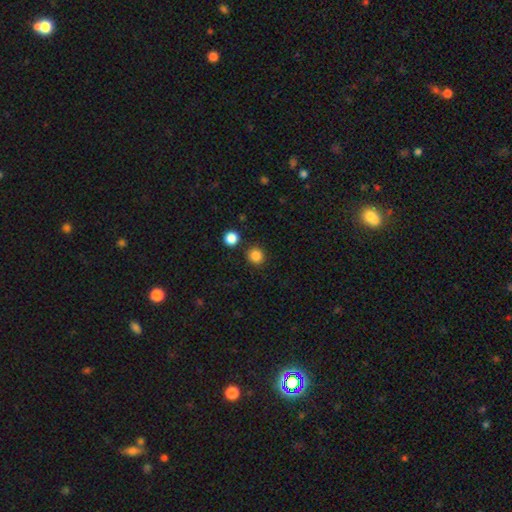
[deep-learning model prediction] Smooth or featured: smooth — 85% (star or artifact — 12%)
How rounded: round — 91% (in between — 8%)
Merging: none — 87% (minor disturbance — 6%)